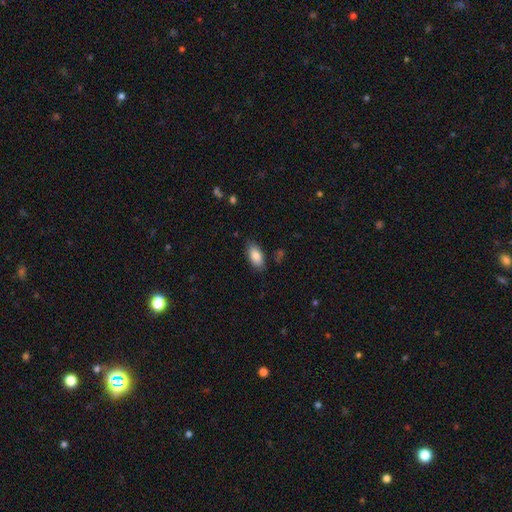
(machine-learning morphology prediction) Q: Smooth or featured?
A: smooth (86%); runner-up: featured or disk (7%)
Q: How rounded?
A: in between (91%); runner-up: cigar-shaped (6%)
Q: Merging?
A: none (82%); runner-up: minor disturbance (13%)